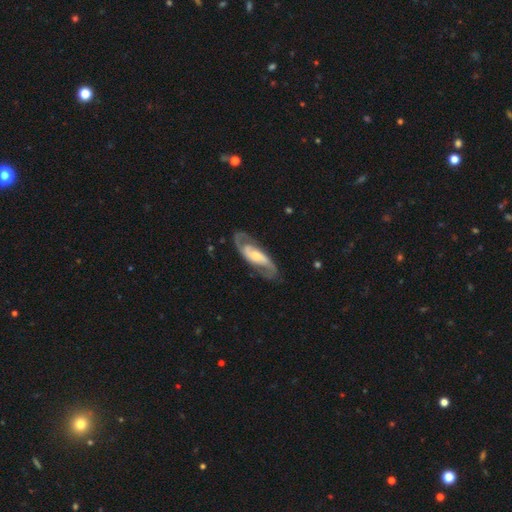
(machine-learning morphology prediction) Smooth or featured? featured or disk (85%)
Edge-on disk? no (92%)
Bar? no (44%)
Spiral arms? yes (95%)
Spiral winding? medium (50%)
Spiral arm count? 2 (90%)
Bulge size? moderate (49%)
Merging? none (78%)